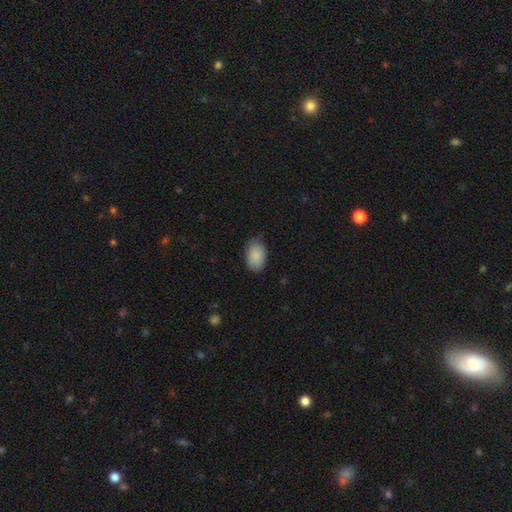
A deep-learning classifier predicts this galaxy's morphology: This is clearly a smooth galaxy (89%). How rounded: clearly in between (90%). Merging: likely none (74%).